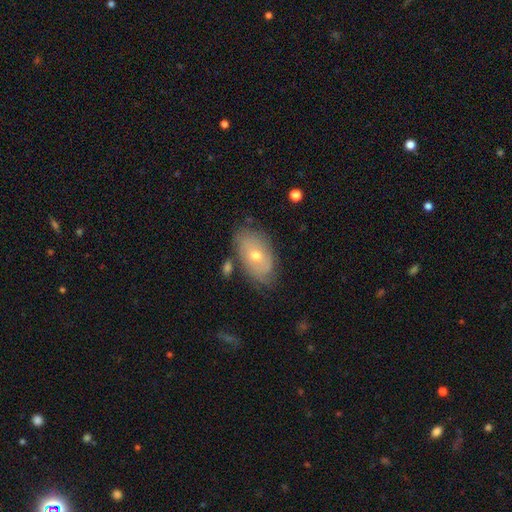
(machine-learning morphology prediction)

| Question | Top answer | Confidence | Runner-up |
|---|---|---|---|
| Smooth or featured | smooth | 47% | featured or disk (45%) |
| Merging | none | 70% | minor disturbance (20%) |